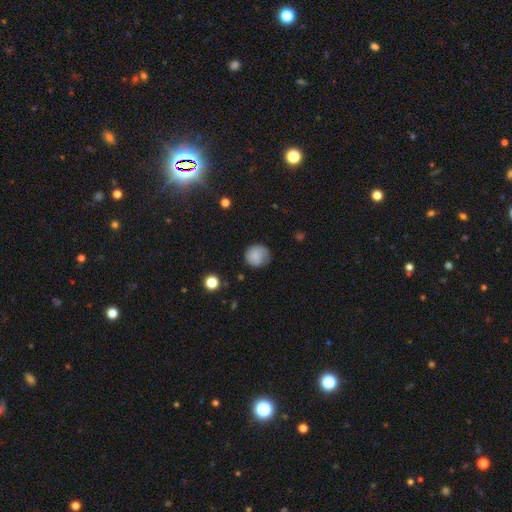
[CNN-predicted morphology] Smooth or featured? Predicted: smooth (p=0.78). How rounded? Predicted: round (p=0.91). Merging? Predicted: none (p=0.76).